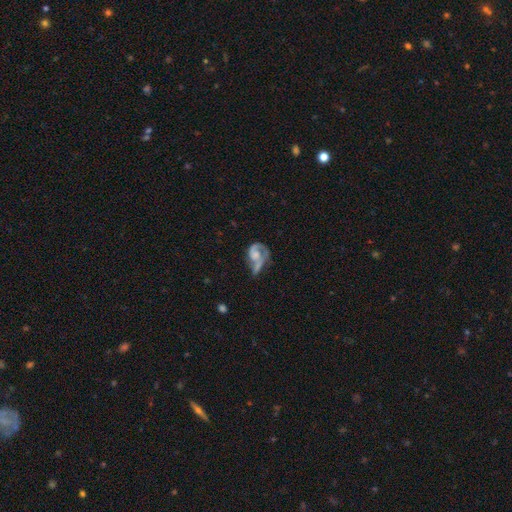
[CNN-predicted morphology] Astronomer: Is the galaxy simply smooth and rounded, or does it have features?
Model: featured or disk — 64%.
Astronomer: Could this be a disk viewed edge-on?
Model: no — 97%.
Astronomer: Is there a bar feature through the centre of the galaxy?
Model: no — 72%.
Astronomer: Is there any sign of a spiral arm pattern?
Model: yes — 72%.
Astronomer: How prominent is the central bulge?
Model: moderate — 35% (runner-up: small, 26%).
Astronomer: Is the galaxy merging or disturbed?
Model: major disturbance — 41% (runner-up: none, 23%).